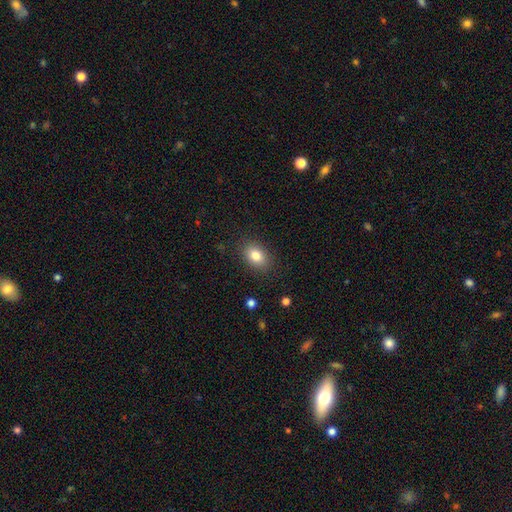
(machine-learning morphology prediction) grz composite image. It shows a smooth galaxy with no disk features (82%) that is in between round and cigar-shaped (77%). Merging: none (86%).